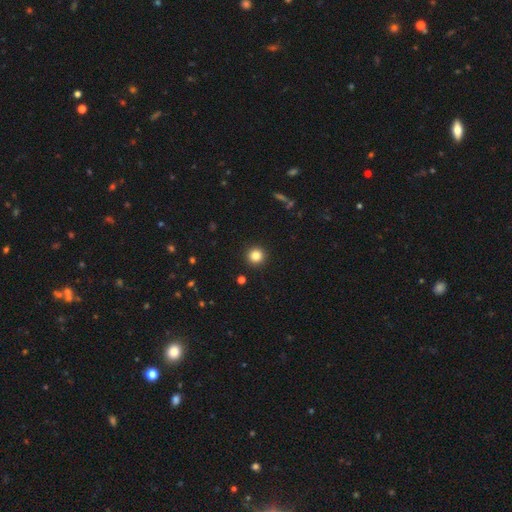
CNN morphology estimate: The model was most divided on "smooth or featured": smooth: 84%, star or artifact: 12%, featured or disk: 5%. More confident: how rounded — round (95%); merging — none (93%).